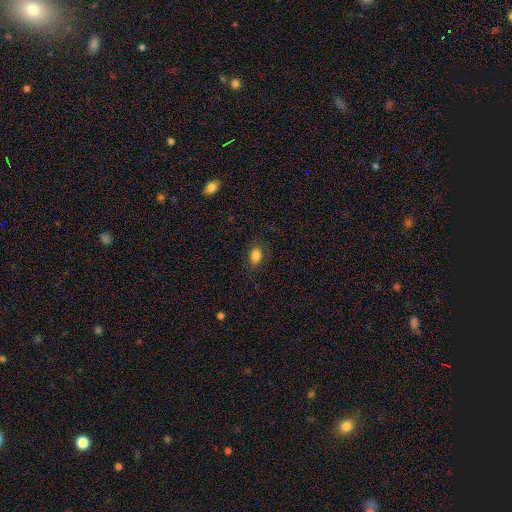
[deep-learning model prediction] Smooth or featured? Predicted: smooth (p=0.84). How rounded? Predicted: in between (p=0.76). Merging? Predicted: none (p=0.83).